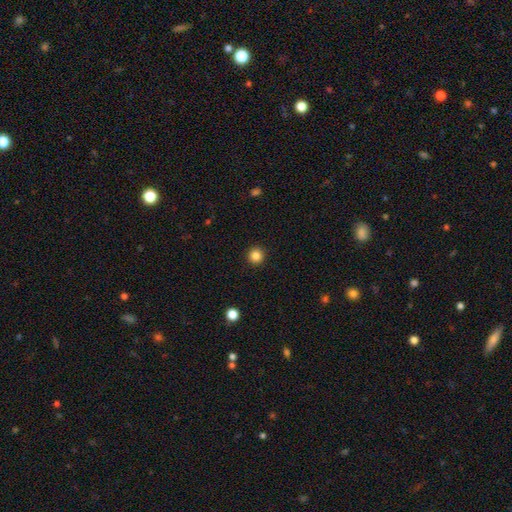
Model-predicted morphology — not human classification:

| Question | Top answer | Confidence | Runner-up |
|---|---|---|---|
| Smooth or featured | smooth | 85% | star or artifact (12%) |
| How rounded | round | 95% | in between (4%) |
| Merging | none | 93% | minor disturbance (4%) |